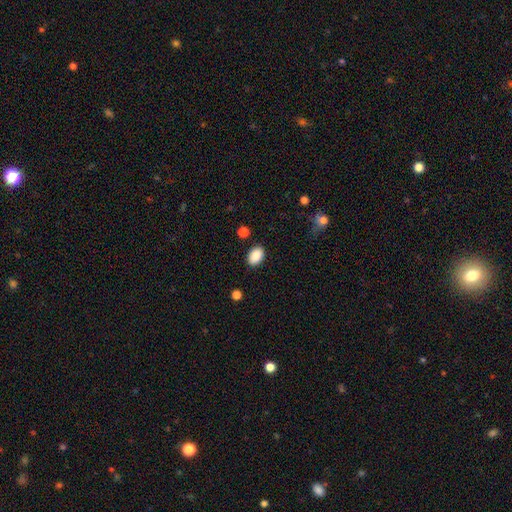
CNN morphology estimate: smooth-or-featured: smooth: 89% | star or artifact: 7% | featured or disk: 4%
  how-rounded: in between: 87% | round: 12% | cigar-shaped: 1%
  merging: none: 87% | minor disturbance: 9% | major disturbance: 2% | merger: 2%